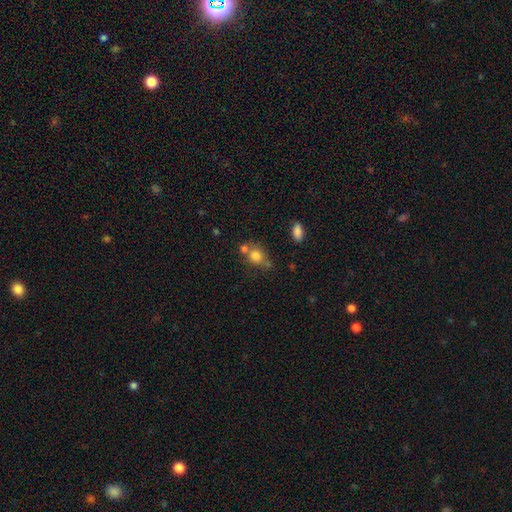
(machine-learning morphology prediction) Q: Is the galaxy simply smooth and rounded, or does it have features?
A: smooth — 78%.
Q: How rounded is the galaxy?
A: round — 70%.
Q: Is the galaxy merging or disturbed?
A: none — 49%.